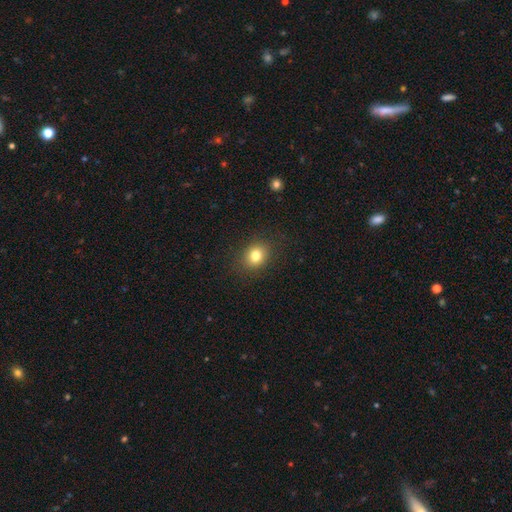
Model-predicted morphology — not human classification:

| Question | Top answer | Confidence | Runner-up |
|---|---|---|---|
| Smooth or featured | smooth | 81% | star or artifact (11%) |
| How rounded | round | 60% | in between (39%) |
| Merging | none | 87% | minor disturbance (9%) |